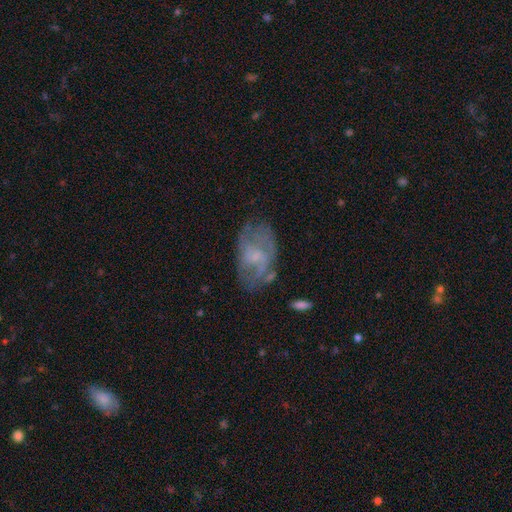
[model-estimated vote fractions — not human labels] A featured or disk galaxy (64%) with no bar (60%), spiral arms (63%) and a small central bulge (58%). Merging: none (54%).